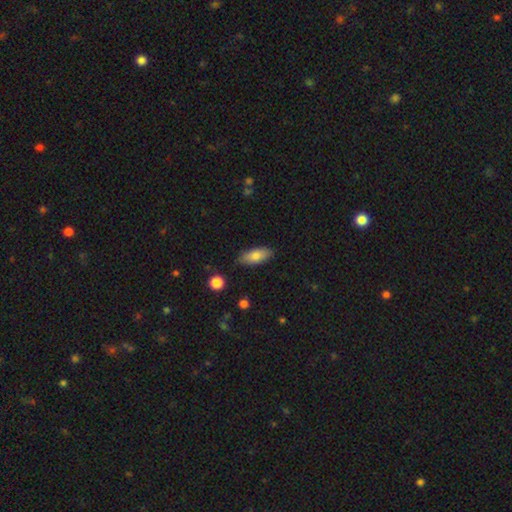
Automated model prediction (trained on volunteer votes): Smooth or featured?
  - smooth: 77% *
  - featured or disk: 16%
  - star or artifact: 7%
How rounded?
  - in between: 81% *
  - cigar-shaped: 16%
  - round: 3%
Merging?
  - none: 84% *
  - minor disturbance: 12%
  - major disturbance: 2%
  - merger: 2%